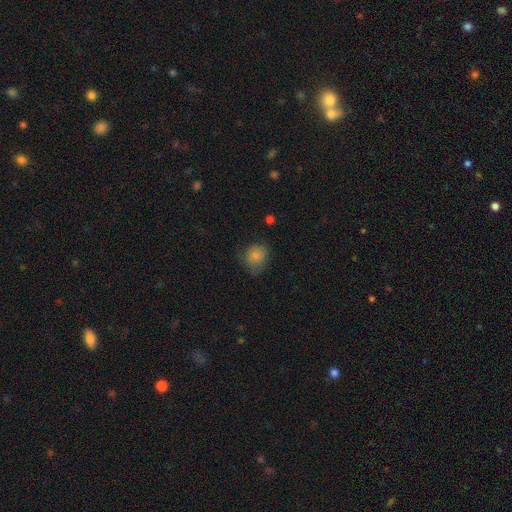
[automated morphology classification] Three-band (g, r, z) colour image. It shows a smooth galaxy with no disk features (82%) that is round (66%). Merging: none (59%).